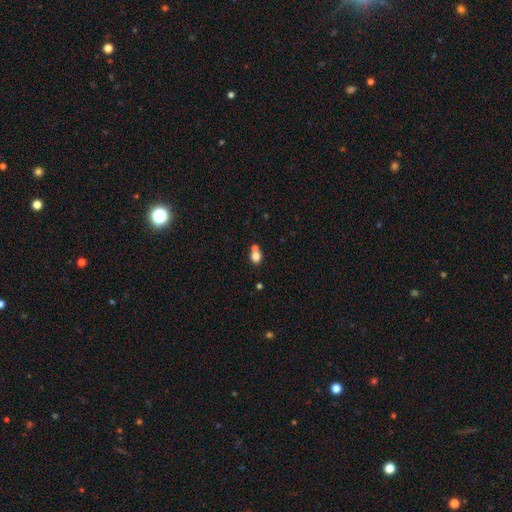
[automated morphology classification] Overall: smooth (81%). How rounded: round (52%; in between 47%). Merging: none (48%; merger 38%).